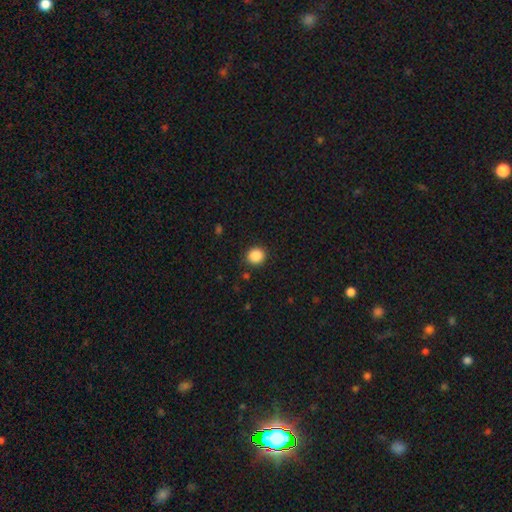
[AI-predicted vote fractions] Morphology: type=smooth (88%); roundness=round (82%); merging=none (89%).